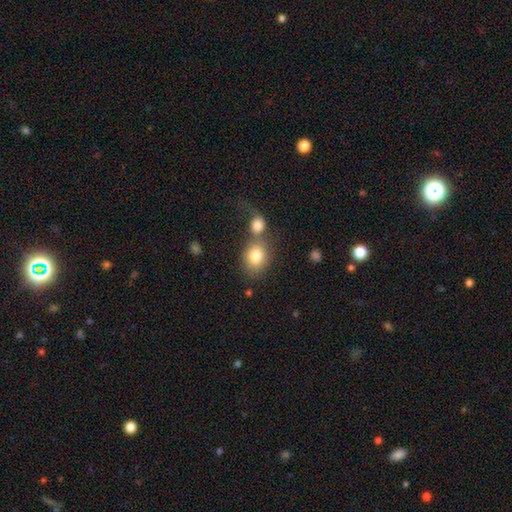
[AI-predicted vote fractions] A smooth galaxy with no disk features (81%) that is round (51%).

Vote fractions:
- Smooth or featured? smooth: 81% / featured or disk: 11% / star or artifact: 9%
- How rounded? round: 51% / in between: 48% / cigar-shaped: 1%
- Merging? merger: 43% / none: 40% / minor disturbance: 10% / major disturbance: 7%